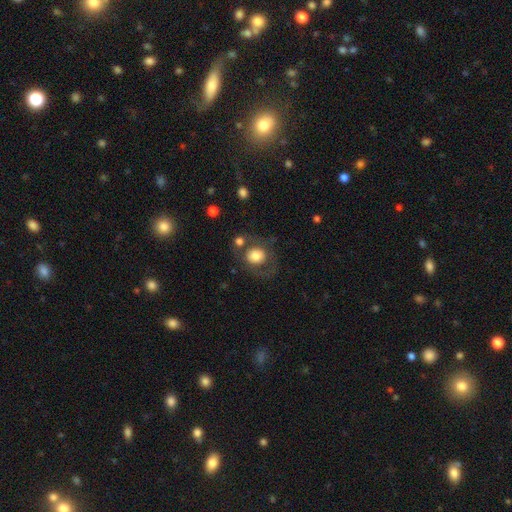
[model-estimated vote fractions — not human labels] A smooth galaxy with no disk features (70%) that is round (75%).

Vote fractions:
- Smooth or featured? smooth: 70% / featured or disk: 22% / star or artifact: 8%
- How rounded? round: 75% / in between: 24% / cigar-shaped: 1%
- Merging? none: 65% / minor disturbance: 15% / major disturbance: 12% / merger: 8%